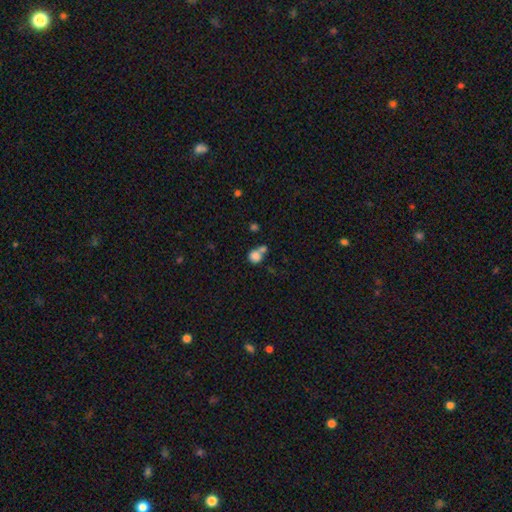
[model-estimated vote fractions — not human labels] smooth-or-featured: smooth: 81% | star or artifact: 10% | featured or disk: 8%
  how-rounded: round: 80% | in between: 19% | cigar-shaped: 1%
  merging: merger: 47% | none: 37% | minor disturbance: 10% | major disturbance: 6%